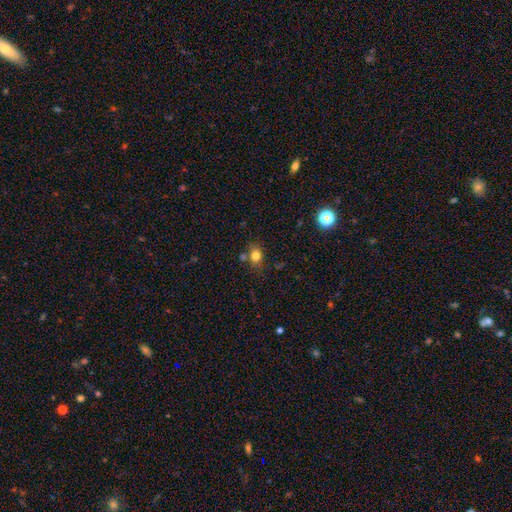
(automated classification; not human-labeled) Smooth or featured: smooth — 77% (star or artifact — 13%)
How rounded: round — 50% (in between — 48%)
Merging: none — 66% (minor disturbance — 17%)